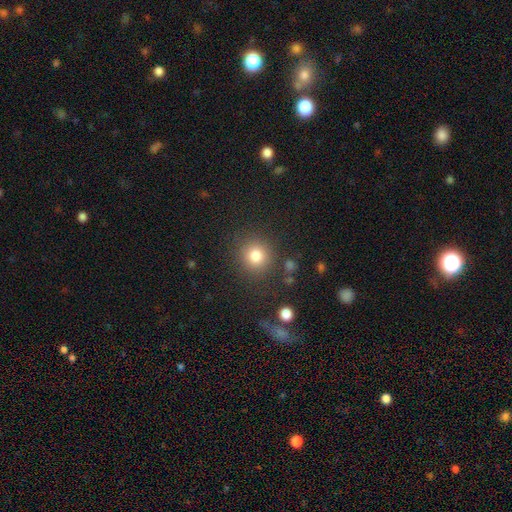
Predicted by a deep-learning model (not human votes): A smooth galaxy with no disk features (82%) that is round (90%). Merging: none (85%).